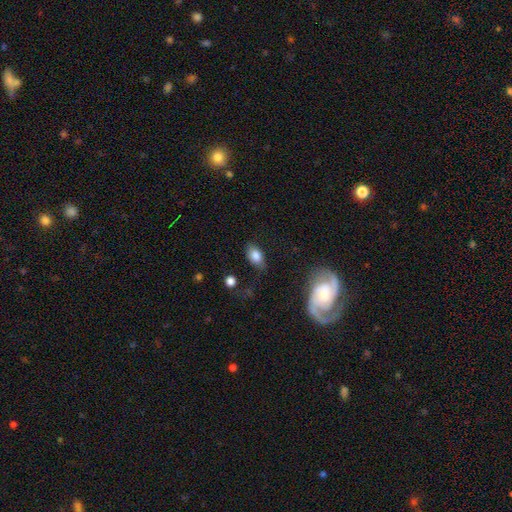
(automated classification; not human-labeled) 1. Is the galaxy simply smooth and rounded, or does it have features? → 80% smooth, 11% featured or disk, 9% star or artifact.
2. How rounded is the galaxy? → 87% in between, 10% round, 3% cigar-shaped.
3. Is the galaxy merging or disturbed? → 74% none, 19% minor disturbance, 5% major disturbance, 2% merger.